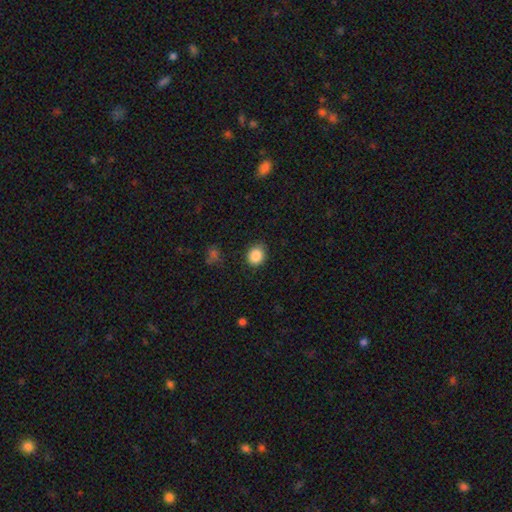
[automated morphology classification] Q: Smooth or featured?
A: smooth (87%); runner-up: star or artifact (9%)
Q: How rounded?
A: round (70%); runner-up: in between (29%)
Q: Merging?
A: none (84%); runner-up: minor disturbance (12%)